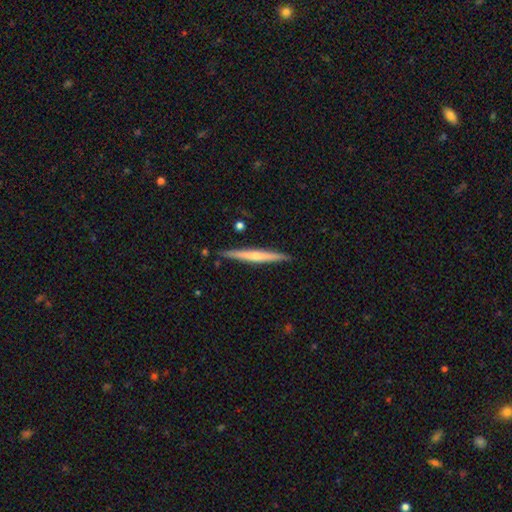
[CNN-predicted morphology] Smooth or featured? Predicted: featured or disk (p=0.54). Edge-on disk? Predicted: yes (p=0.97). Edge-on bulge? Predicted: rounded (p=0.49). Merging? Predicted: none (p=0.89).